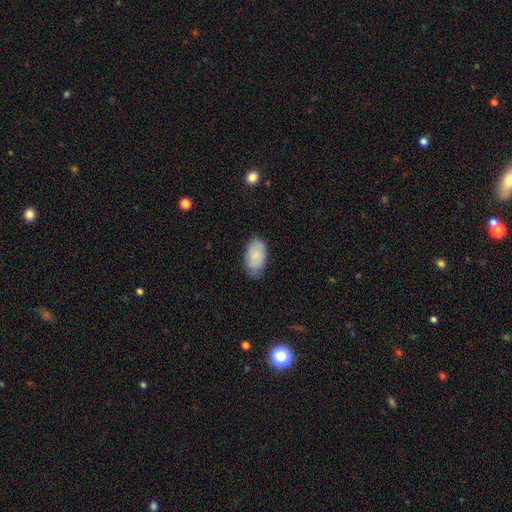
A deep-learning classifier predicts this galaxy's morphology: smooth 83%, featured or disk 11%, star or artifact 6%. Down the decision tree: how rounded — in between (95%); merging — none (78%).